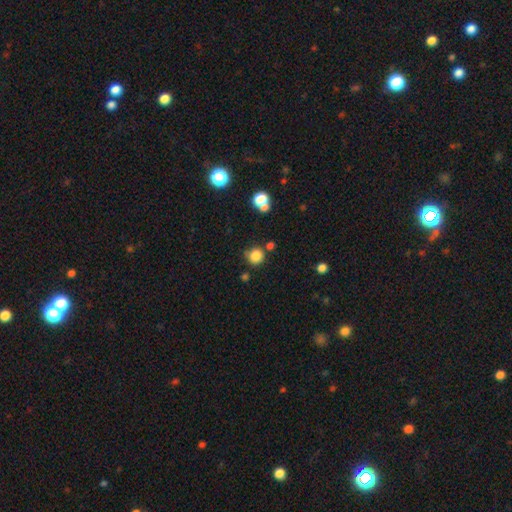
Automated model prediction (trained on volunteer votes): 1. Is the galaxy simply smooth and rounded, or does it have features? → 83% smooth, 12% star or artifact, 4% featured or disk.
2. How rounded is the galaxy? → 90% round, 9% in between, 1% cigar-shaped.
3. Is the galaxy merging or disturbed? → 74% none, 14% minor disturbance, 9% merger, 4% major disturbance.